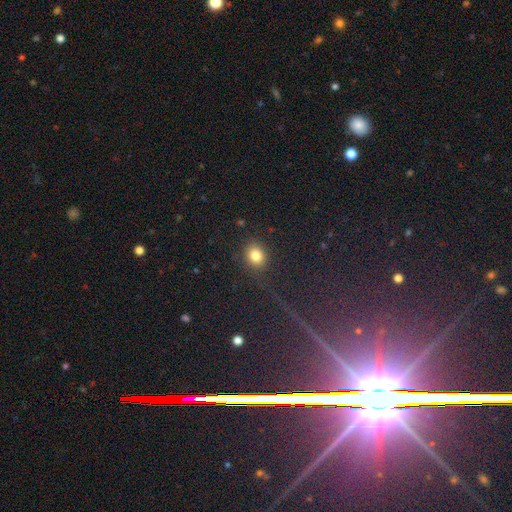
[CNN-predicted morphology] A smooth galaxy with no disk features (81%) that is round (65%). Merging: none (83%).